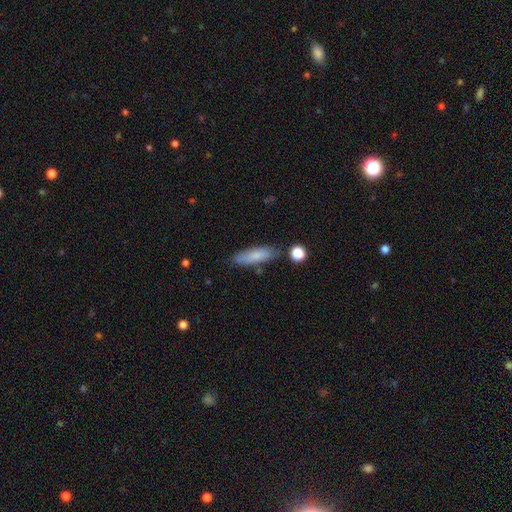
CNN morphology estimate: smooth 79%, featured or disk 14%, star or artifact 7%. Down the decision tree: how rounded — cigar-shaped (53%); merging — none (76%).